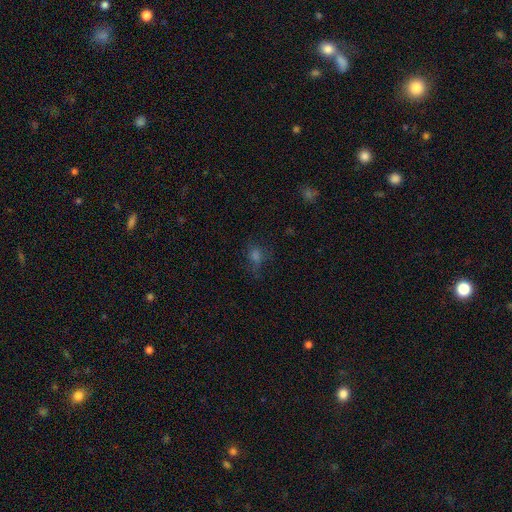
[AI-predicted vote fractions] Smooth or featured? Predicted: smooth (p=0.55). How rounded? Predicted: round (p=0.55). Merging? Predicted: none (p=0.62).